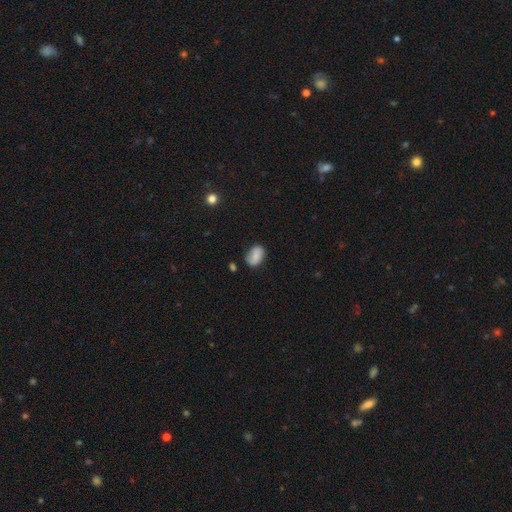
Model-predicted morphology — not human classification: The model was most divided on "merging": none: 70%, minor disturbance: 22%, major disturbance: 5%, merger: 2%. More confident: how rounded — in between (81%); smooth or featured — smooth (75%).